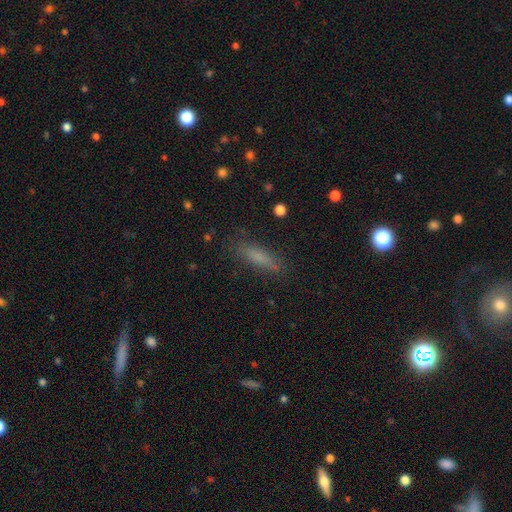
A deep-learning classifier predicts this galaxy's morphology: Smooth or featured? Predicted: smooth (p=0.71). How rounded? Predicted: cigar-shaped (p=0.72). Merging? Predicted: none (p=0.82).